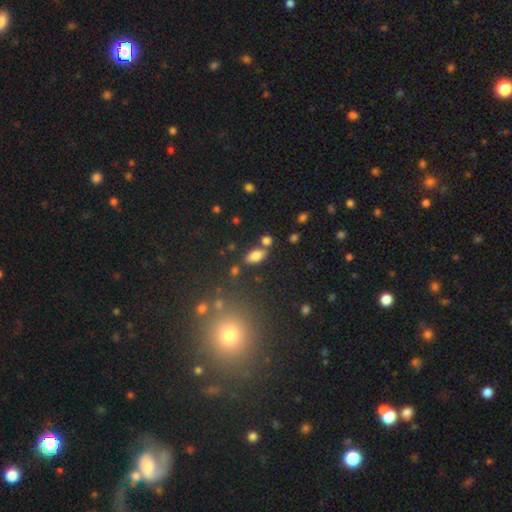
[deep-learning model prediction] Overall: smooth (81%). How rounded: in between (91%). Merging: none (71%).